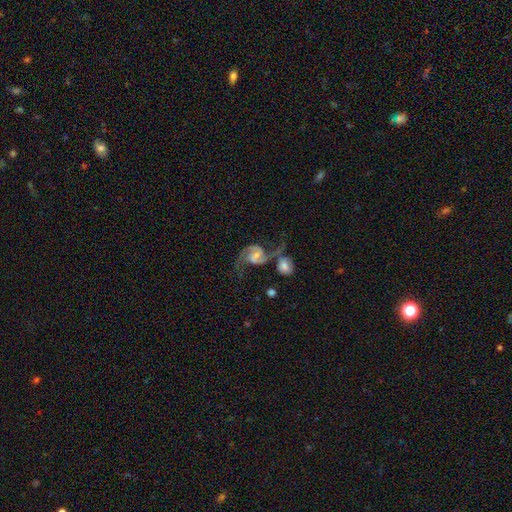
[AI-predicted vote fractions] Smooth or featured? Predicted: featured or disk (p=0.89). Edge-on disk? Predicted: no (p=0.98). Bar? Predicted: no (p=0.46). Spiral arms? Predicted: yes (p=0.97). Spiral winding? Predicted: loose (p=0.46). Spiral arm count? Predicted: 2 (p=0.92). Bulge size? Predicted: small (p=0.47). Merging? Predicted: none (p=0.41).